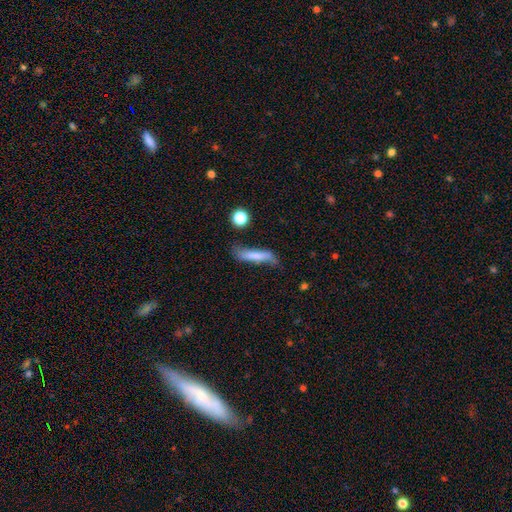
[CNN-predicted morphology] The model was most divided on "merging": none: 48%, minor disturbance: 31%, major disturbance: 15%, merger: 5%. More confident: how rounded — cigar-shaped (82%); smooth or featured — smooth (66%).